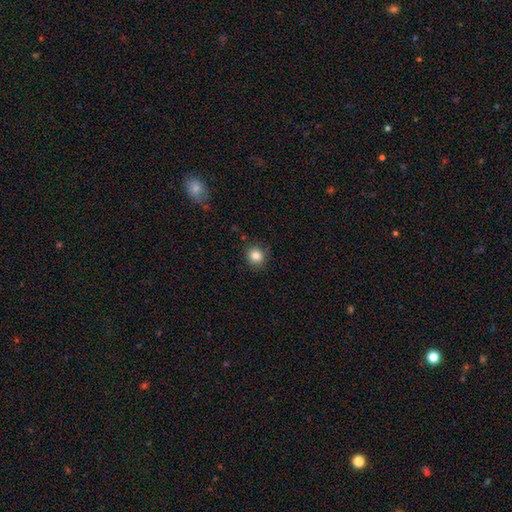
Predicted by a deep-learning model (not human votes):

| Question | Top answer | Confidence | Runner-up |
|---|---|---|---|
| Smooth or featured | smooth | 85% | star or artifact (11%) |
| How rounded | round | 91% | in between (8%) |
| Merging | none | 87% | minor disturbance (9%) |